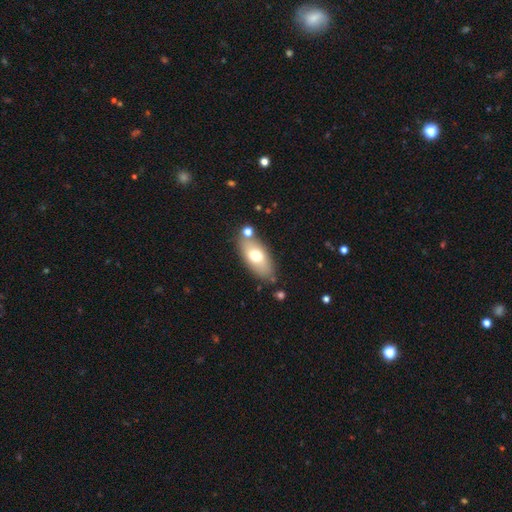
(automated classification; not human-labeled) This is likely a smooth galaxy (68%). How rounded: clearly in between (86%). Merging: likely none (76%).